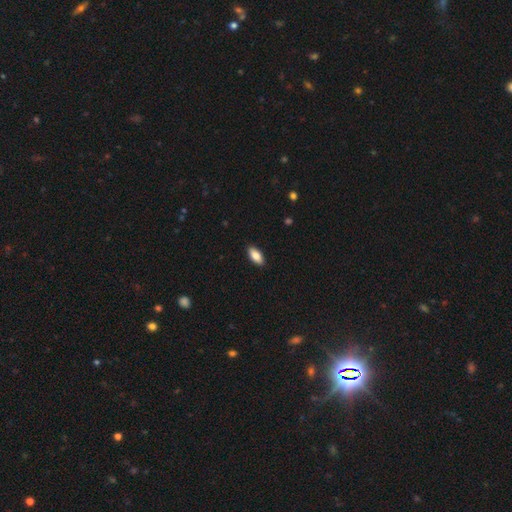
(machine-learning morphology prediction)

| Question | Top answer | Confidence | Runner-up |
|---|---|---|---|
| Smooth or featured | smooth | 86% | featured or disk (8%) |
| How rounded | in between | 89% | cigar-shaped (8%) |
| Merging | none | 89% | minor disturbance (8%) |